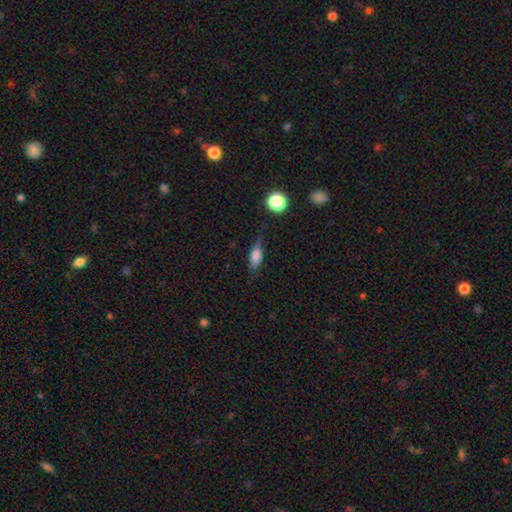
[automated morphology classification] The model was most divided on "how rounded": in between: 68%, cigar-shaped: 26%, round: 7%. More confident: smooth or featured — smooth (72%); merging — none (68%).